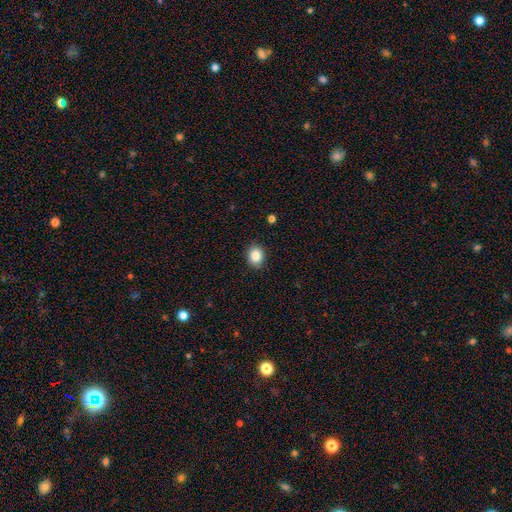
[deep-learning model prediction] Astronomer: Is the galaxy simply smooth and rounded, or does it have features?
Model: smooth — 86%.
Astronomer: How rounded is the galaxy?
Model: round — 64%.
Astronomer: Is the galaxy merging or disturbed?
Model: none — 88%.